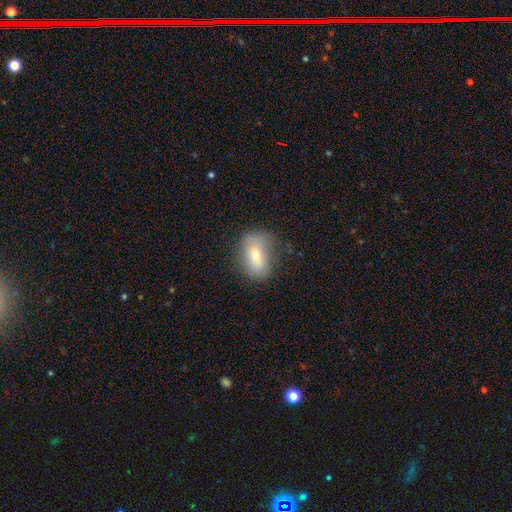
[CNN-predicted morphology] smooth_or_featured: smooth (p=0.73) [alt: featured or disk p=0.19]
how_rounded: in between (p=0.82) [alt: round p=0.15]
merging: none (p=0.63) [alt: minor disturbance p=0.25]